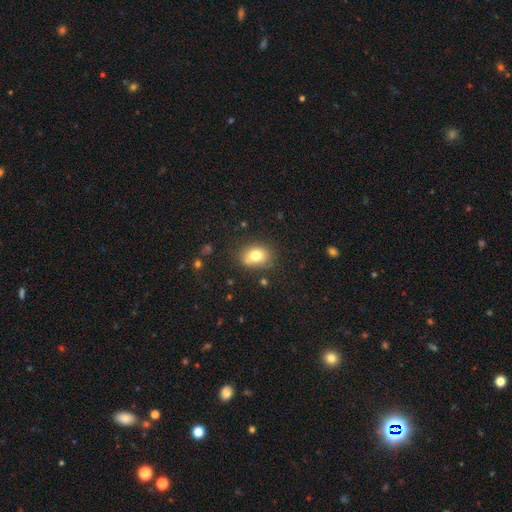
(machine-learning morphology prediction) smooth-or-featured: smooth: 76% | featured or disk: 14% | star or artifact: 10%
  how-rounded: in between: 56% | round: 43% | cigar-shaped: 1%
  merging: none: 72% | minor disturbance: 19% | major disturbance: 5% | merger: 3%